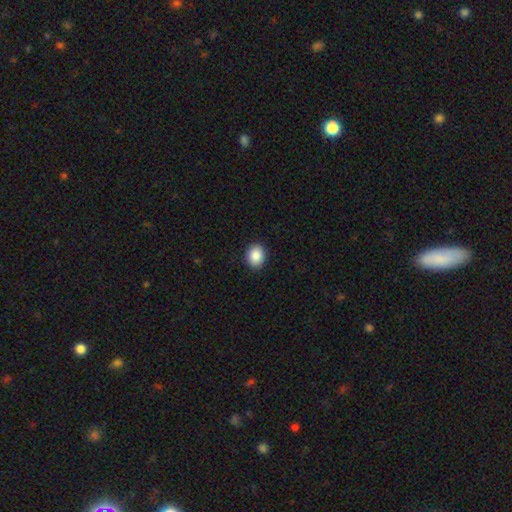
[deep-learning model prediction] smooth-or-featured: smooth: 87% | star or artifact: 8% | featured or disk: 4%
  how-rounded: round: 53% | in between: 47% | cigar-shaped: 1%
  merging: none: 91% | minor disturbance: 6% | major disturbance: 2% | merger: 1%